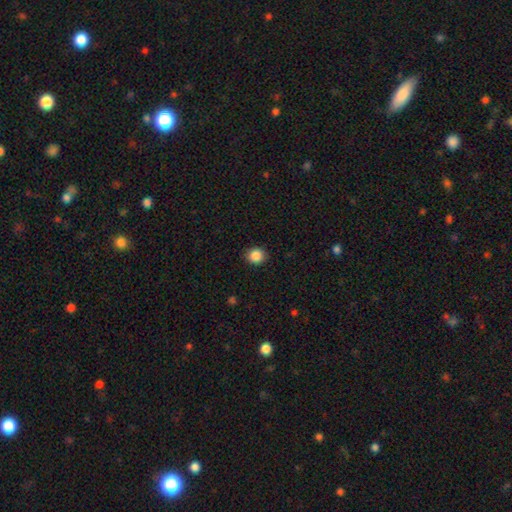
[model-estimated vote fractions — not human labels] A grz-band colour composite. It shows a smooth galaxy with no disk features (87%) that is round (83%). Merging: none (90%).